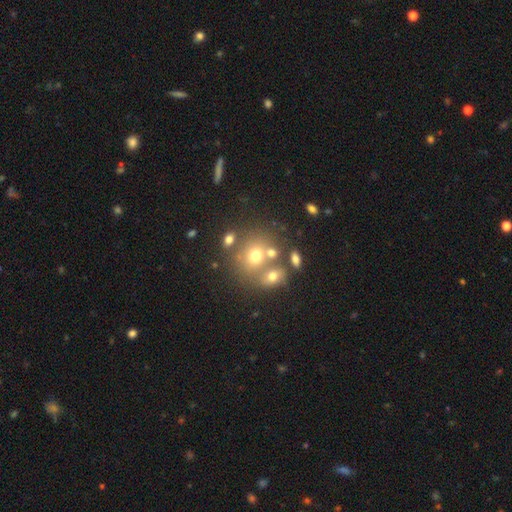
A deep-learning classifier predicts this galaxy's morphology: Smooth or featured? Predicted: smooth (p=0.66). How rounded? Predicted: round (p=0.72). Merging? Predicted: none (p=0.51).